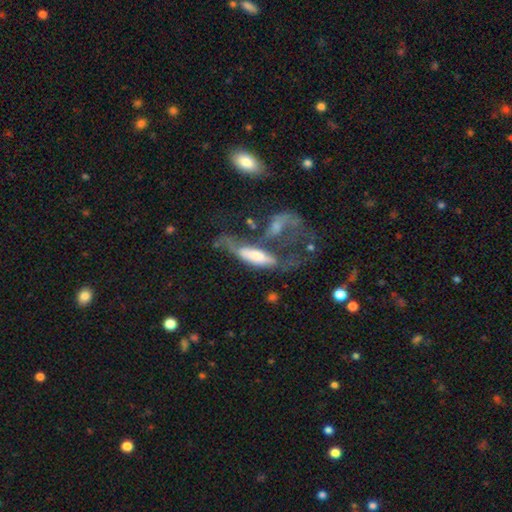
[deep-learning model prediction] Smooth or featured? smooth (49%)
Merging? merger (37%)